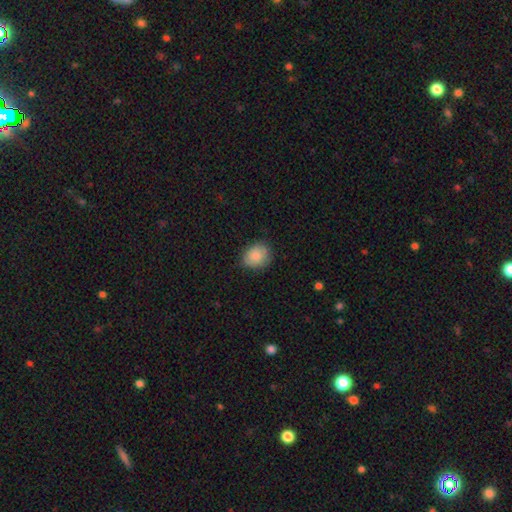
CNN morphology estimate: Smooth or featured?
  - smooth: 85% *
  - featured or disk: 8%
  - star or artifact: 7%
How rounded?
  - round: 55% *
  - in between: 44%
  - cigar-shaped: 1%
Merging?
  - none: 77% *
  - minor disturbance: 18%
  - major disturbance: 3%
  - merger: 1%